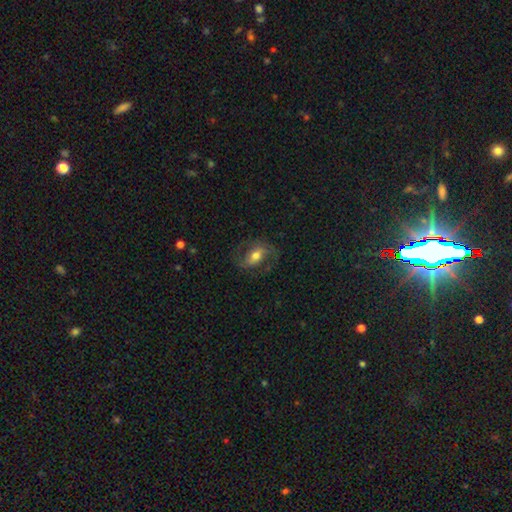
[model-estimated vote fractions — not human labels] This appears to be a featured or disk galaxy (67%) with a weak bar (41%), 2 (89%) medium (51%) spiral arms (88%) and a moderate central bulge (64%). Merging: none (71%).